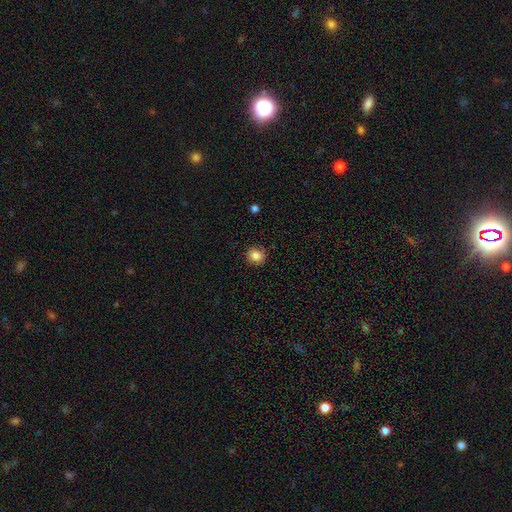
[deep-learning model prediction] smooth_or_featured: smooth (p=0.84) [alt: star or artifact p=0.10]
how_rounded: round (p=0.90) [alt: in between p=0.09]
merging: none (p=0.88) [alt: minor disturbance p=0.08]